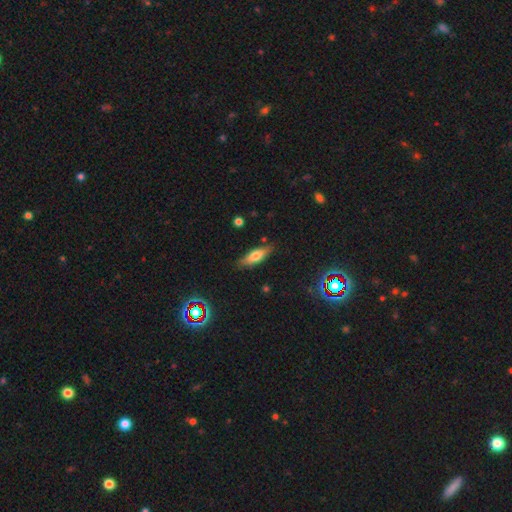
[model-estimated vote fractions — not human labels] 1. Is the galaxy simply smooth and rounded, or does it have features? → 61% smooth, 31% featured or disk, 8% star or artifact.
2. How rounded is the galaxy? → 49% in between, 48% cigar-shaped, 3% round.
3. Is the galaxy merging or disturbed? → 83% none, 13% minor disturbance, 3% major disturbance, 2% merger.